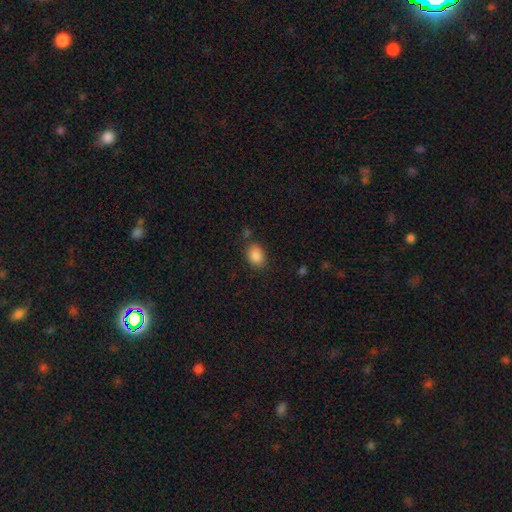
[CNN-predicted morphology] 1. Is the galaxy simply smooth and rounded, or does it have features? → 87% smooth, 8% star or artifact, 5% featured or disk.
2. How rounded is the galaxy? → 80% in between, 19% round, 1% cigar-shaped.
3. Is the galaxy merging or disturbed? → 78% none, 14% minor disturbance, 4% merger, 4% major disturbance.